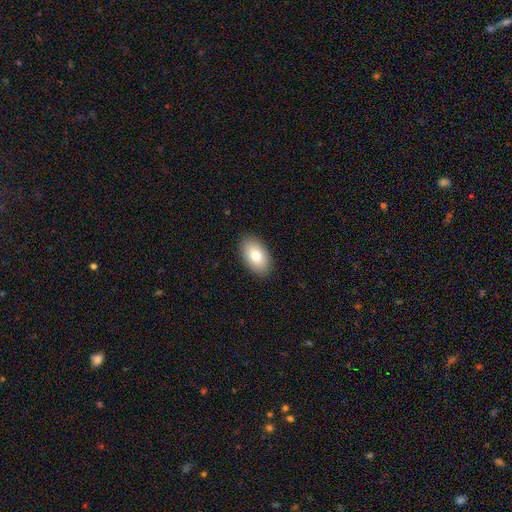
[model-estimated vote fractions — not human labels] A smooth galaxy with no disk features (80%) that is in between round and cigar-shaped (93%).

Vote fractions:
- Smooth or featured? smooth: 80% / featured or disk: 13% / star or artifact: 7%
- How rounded? in between: 93% / round: 5% / cigar-shaped: 1%
- Merging? none: 89% / minor disturbance: 9% / major disturbance: 2% / merger: 1%